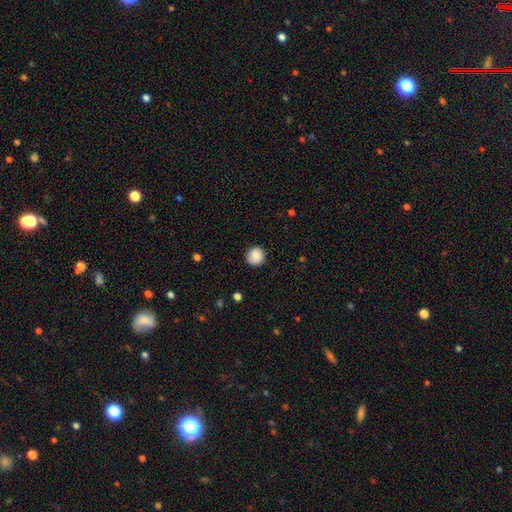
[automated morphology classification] smooth 86%, star or artifact 8%, featured or disk 6%. Down the decision tree: how rounded — round (93%); merging — none (89%).